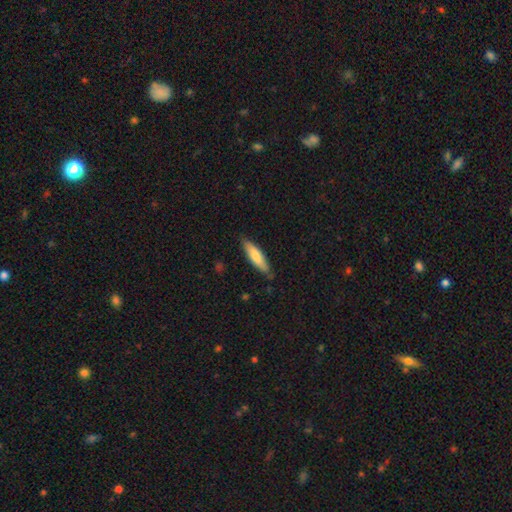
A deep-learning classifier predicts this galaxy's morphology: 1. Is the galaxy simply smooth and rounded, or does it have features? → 74% smooth, 21% featured or disk, 5% star or artifact.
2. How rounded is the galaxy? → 67% cigar-shaped, 32% in between, 1% round.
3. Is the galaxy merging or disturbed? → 82% none, 15% minor disturbance, 2% major disturbance, 1% merger.